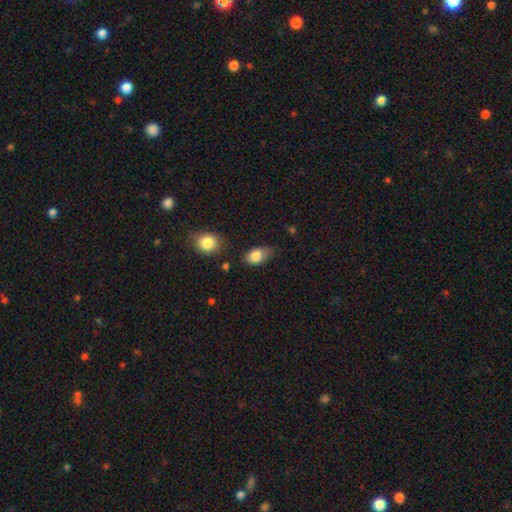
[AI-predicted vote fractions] Smooth or featured: smooth — 83% (featured or disk — 9%)
How rounded: in between — 82% (round — 16%)
Merging: none — 51% (minor disturbance — 36%)